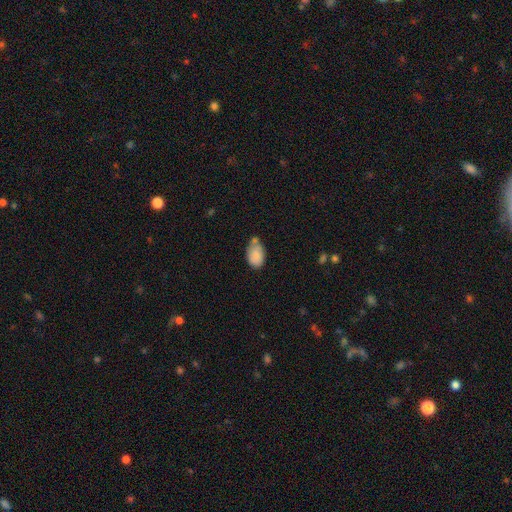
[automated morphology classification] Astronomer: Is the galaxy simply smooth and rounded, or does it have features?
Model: smooth — 83%.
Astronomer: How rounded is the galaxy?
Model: in between — 89%.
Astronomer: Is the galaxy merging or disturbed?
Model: none — 47% (runner-up: minor disturbance, 26%).